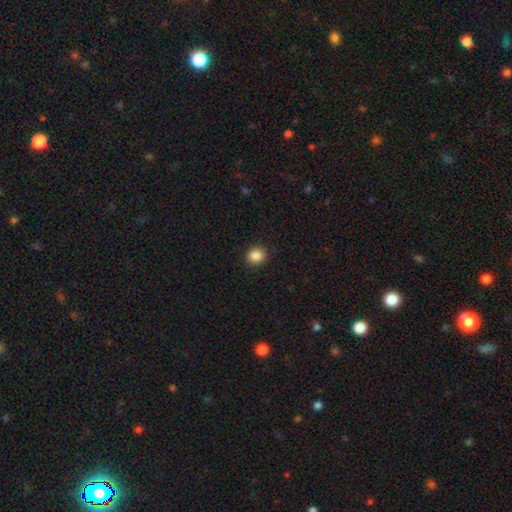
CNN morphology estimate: A smooth galaxy with no disk features (87%) that is round (82%).

Vote fractions:
- Smooth or featured? smooth: 87% / star or artifact: 10% / featured or disk: 3%
- How rounded? round: 82% / in between: 17% / cigar-shaped: 1%
- Merging? none: 91% / minor disturbance: 6% / major disturbance: 2% / merger: 1%